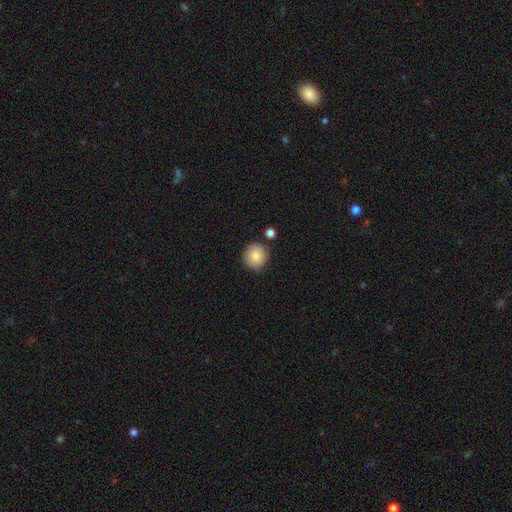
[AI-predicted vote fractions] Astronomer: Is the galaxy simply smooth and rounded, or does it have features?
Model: smooth — 81%.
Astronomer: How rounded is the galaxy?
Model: round — 92%.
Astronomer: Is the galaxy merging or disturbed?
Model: none — 78%.